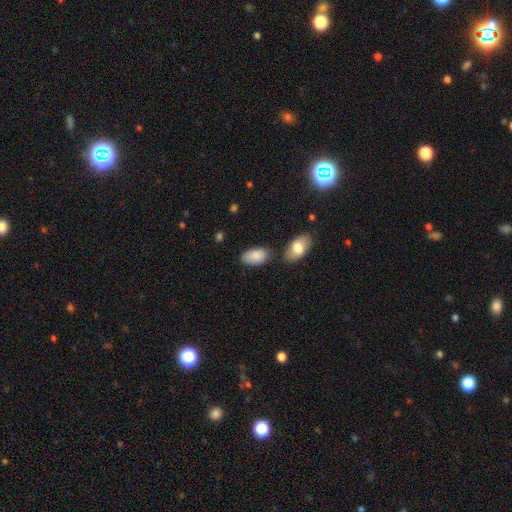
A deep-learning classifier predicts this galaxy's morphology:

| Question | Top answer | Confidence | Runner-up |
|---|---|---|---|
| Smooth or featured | smooth | 86% | featured or disk (8%) |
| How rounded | in between | 95% | round (3%) |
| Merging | none | 69% | minor disturbance (17%) |